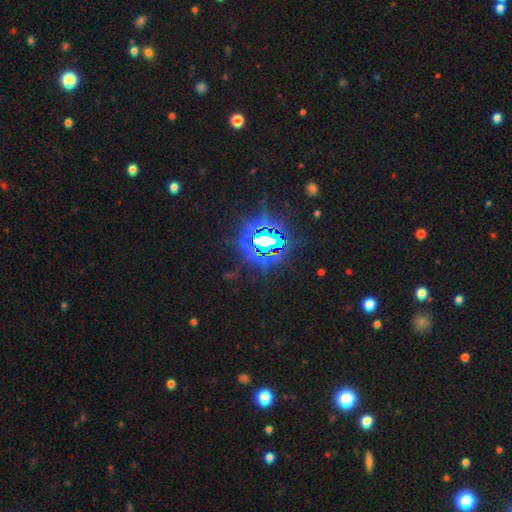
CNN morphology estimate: star or artifact 84%, smooth 10%, featured or disk 6%.